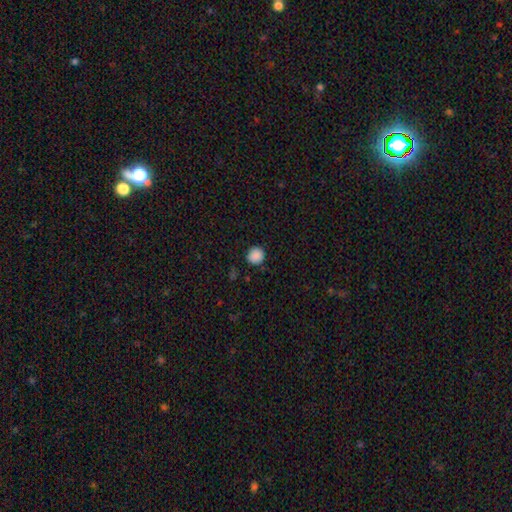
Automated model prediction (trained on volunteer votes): smooth 88%, star or artifact 10%, featured or disk 2%. Down the decision tree: how rounded — round (90%); merging — none (89%).